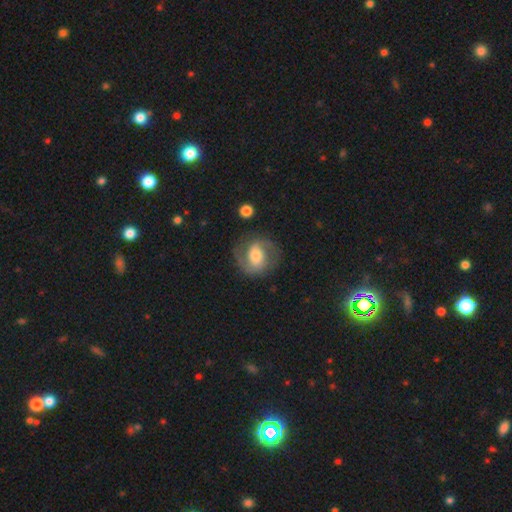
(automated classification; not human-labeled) smooth_or_featured: featured or disk (p=0.72) [alt: smooth p=0.22]
disk_edge_on: no (p=0.97) [alt: yes p=0.03]
bar: weak (p=0.42) [alt: no p=0.30]
has_spiral_arms: yes (p=0.89) [alt: no p=0.11]
spiral_winding: medium (p=0.53) [alt: tight p=0.25]
spiral_arm_count: 2 (p=0.89) [alt: can't tell p=0.05]
bulge_size: moderate (p=0.61) [alt: small p=0.23]
merging: none (p=0.78) [alt: minor disturbance p=0.13]